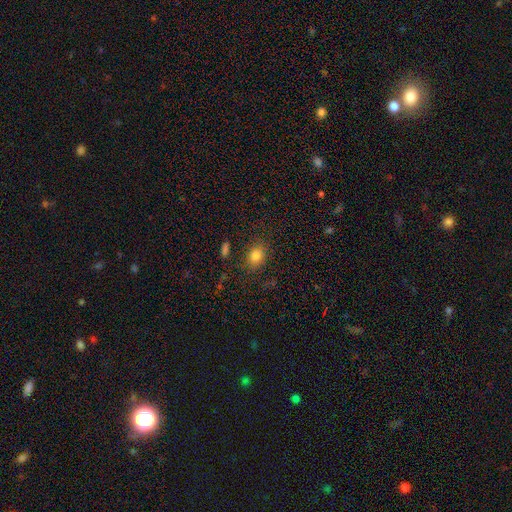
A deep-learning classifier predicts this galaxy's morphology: Smooth or featured: smooth — 81% (star or artifact — 11%)
How rounded: in between — 63% (round — 35%)
Merging: none — 81% (minor disturbance — 12%)